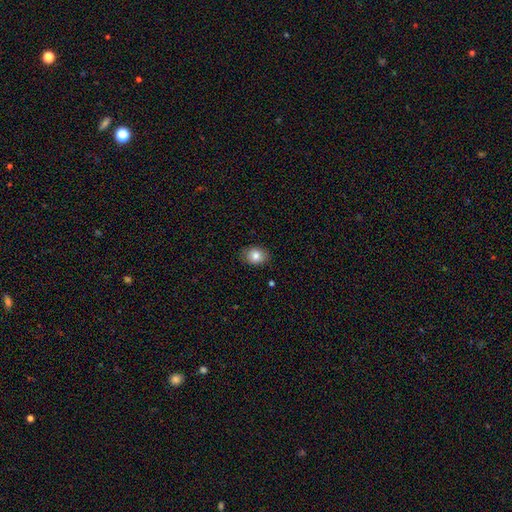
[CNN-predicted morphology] This is clearly a smooth galaxy (83%). How rounded: possibly in between (59%). Merging: clearly none (86%).